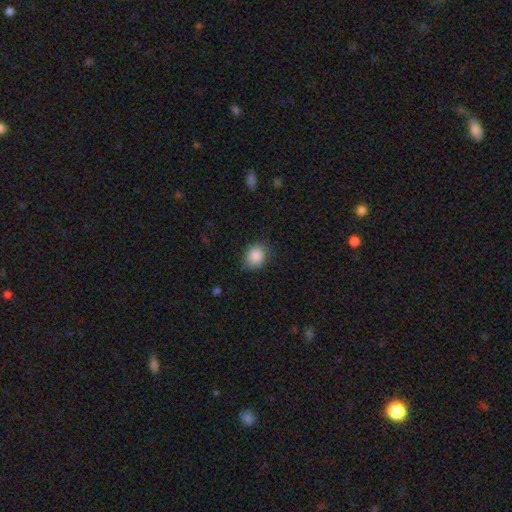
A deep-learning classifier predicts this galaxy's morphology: smooth_or_featured: smooth (p=0.87) [alt: star or artifact p=0.08]
how_rounded: round (p=0.60) [alt: in between p=0.39]
merging: none (p=0.76) [alt: minor disturbance p=0.19]